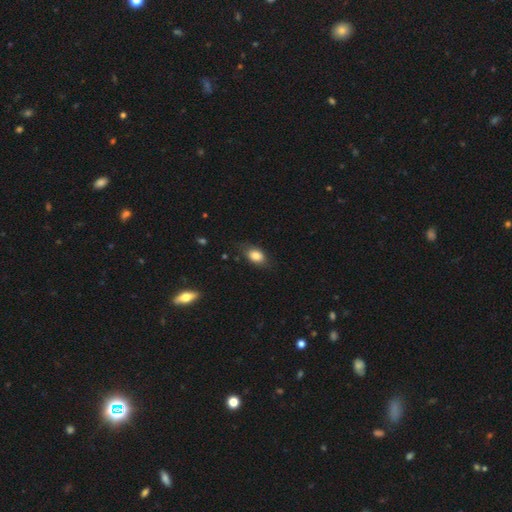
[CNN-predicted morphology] Smooth or featured: smooth — 82% (featured or disk — 10%)
How rounded: in between — 82% (round — 15%)
Merging: none — 71% (minor disturbance — 22%)